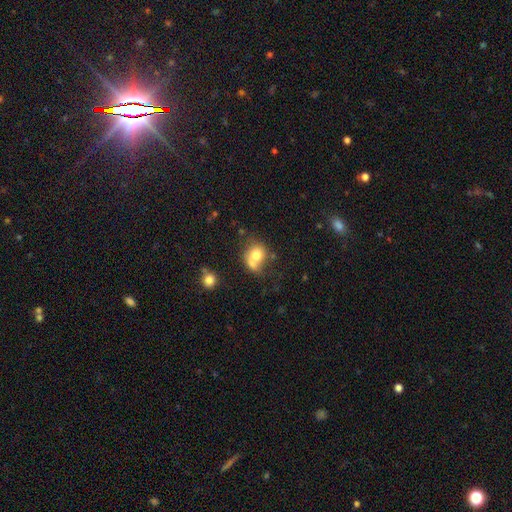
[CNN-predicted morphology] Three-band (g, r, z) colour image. It shows a smooth galaxy with no disk features (73%) that is round (70%). Merging: merger (48%).